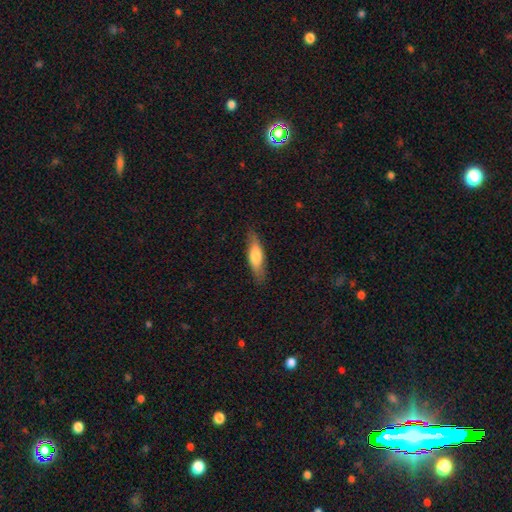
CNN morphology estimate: smooth_or_featured: smooth (p=0.65) [alt: featured or disk p=0.30]
how_rounded: cigar-shaped (p=0.60) [alt: in between p=0.38]
merging: none (p=0.83) [alt: minor disturbance p=0.13]